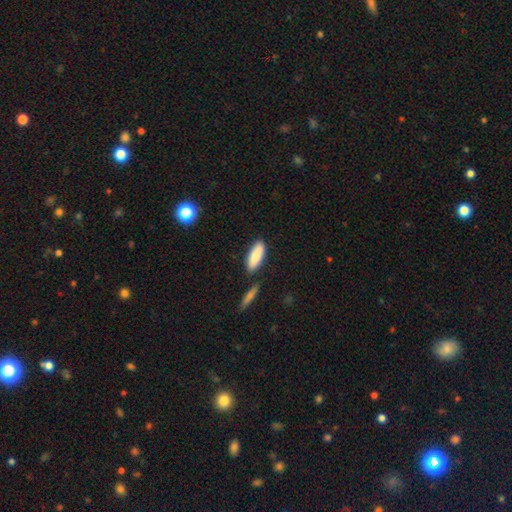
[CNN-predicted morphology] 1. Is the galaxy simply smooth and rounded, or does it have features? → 83% smooth, 11% featured or disk, 6% star or artifact.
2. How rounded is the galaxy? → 73% in between, 25% cigar-shaped, 2% round.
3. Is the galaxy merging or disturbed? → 77% none, 12% minor disturbance, 9% merger, 3% major disturbance.